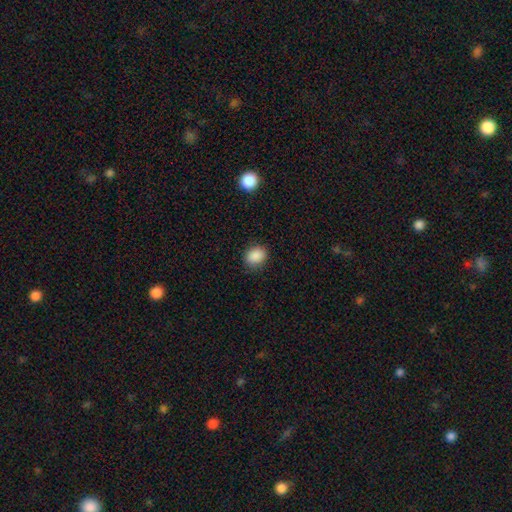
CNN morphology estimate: Smooth or featured? Predicted: smooth (p=0.89). How rounded? Predicted: in between (p=0.52). Merging? Predicted: none (p=0.86).